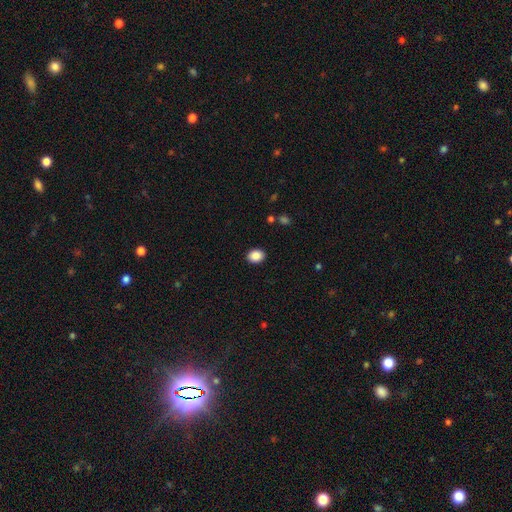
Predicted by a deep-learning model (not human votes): This is clearly a smooth galaxy (89%). How rounded: possibly in between (56%). Merging: clearly none (90%).